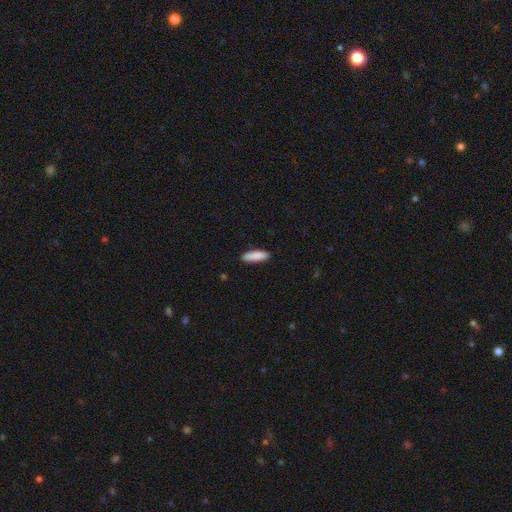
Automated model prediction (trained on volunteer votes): smooth-or-featured: smooth: 88% | star or artifact: 6% | featured or disk: 5%
  how-rounded: cigar-shaped: 64% | in between: 35% | round: 1%
  merging: none: 88% | minor disturbance: 9% | major disturbance: 2% | merger: 1%